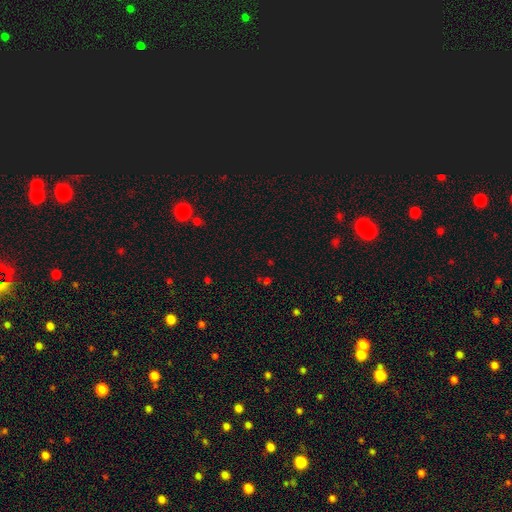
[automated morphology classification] type=star or artifact (59%).